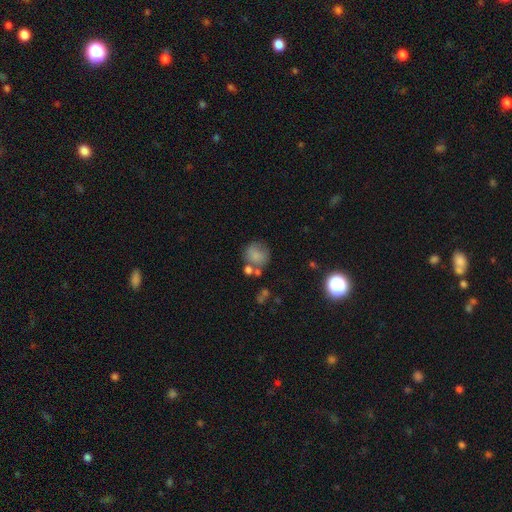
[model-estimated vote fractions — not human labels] Smooth or featured? Predicted: smooth (p=0.76). How rounded? Predicted: round (p=0.82). Merging? Predicted: none (p=0.55).